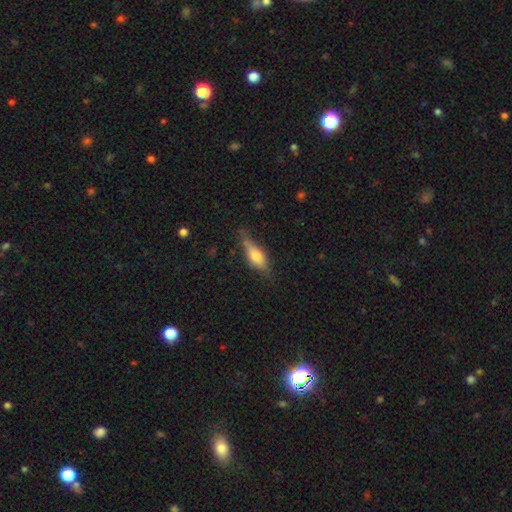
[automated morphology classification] smooth_or_featured: smooth (p=0.63) [alt: featured or disk p=0.30]
how_rounded: in between (p=0.61) [alt: cigar-shaped p=0.35]
merging: none (p=0.58) [alt: minor disturbance p=0.30]